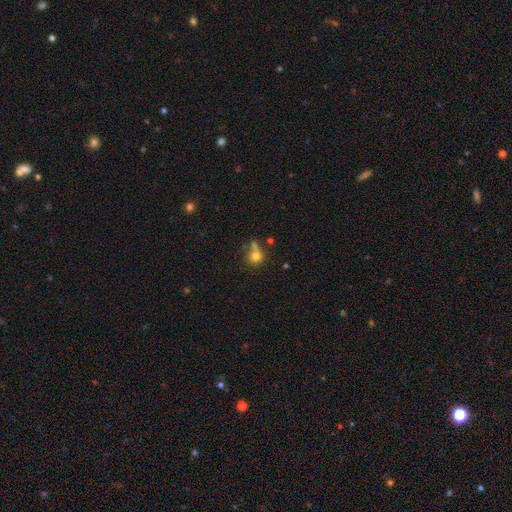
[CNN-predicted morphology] A smooth galaxy with no disk features (76%) that is round (78%).

Vote fractions:
- Smooth or featured? smooth: 76% / star or artifact: 12% / featured or disk: 12%
- How rounded? round: 78% / in between: 20% / cigar-shaped: 2%
- Merging? none: 43% / merger: 27% / minor disturbance: 18% / major disturbance: 12%